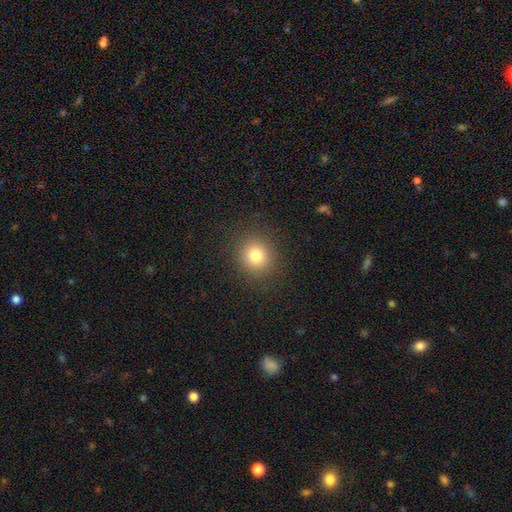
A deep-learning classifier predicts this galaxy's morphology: A smooth galaxy with no disk features (79%) that is round (89%).

Vote fractions:
- Smooth or featured? smooth: 79% / star or artifact: 13% / featured or disk: 7%
- How rounded? round: 89% / in between: 10% / cigar-shaped: 1%
- Merging? none: 90% / minor disturbance: 6% / major disturbance: 3% / merger: 1%